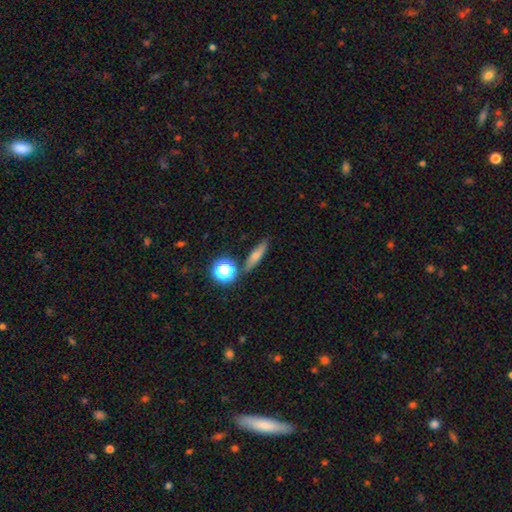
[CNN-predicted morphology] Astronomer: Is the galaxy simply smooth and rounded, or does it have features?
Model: smooth — 64%.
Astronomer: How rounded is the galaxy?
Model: cigar-shaped — 65%.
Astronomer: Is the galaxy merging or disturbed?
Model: none — 78%.